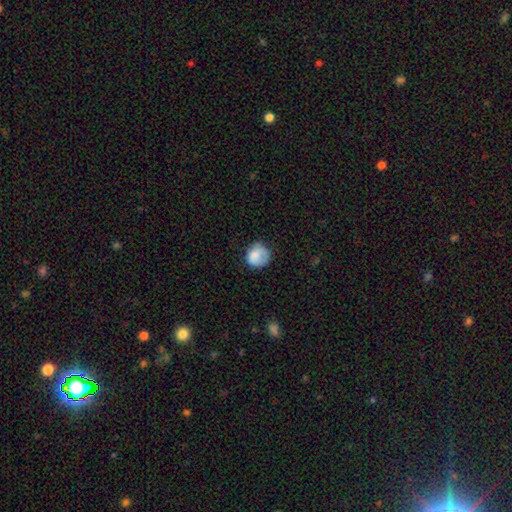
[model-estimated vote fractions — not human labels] smooth 80%, featured or disk 12%, star or artifact 8%. Down the decision tree: how rounded — round (80%); merging — none (61%).